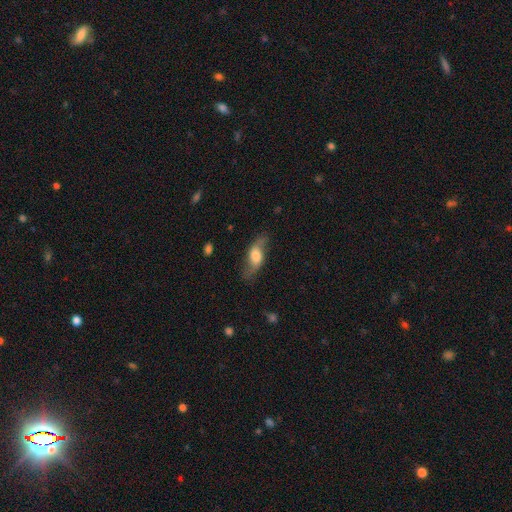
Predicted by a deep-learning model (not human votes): featured or disk 51%, smooth 41%, star or artifact 7%. Down the decision tree: edge-on disk — no (75%); merging — none (70%).